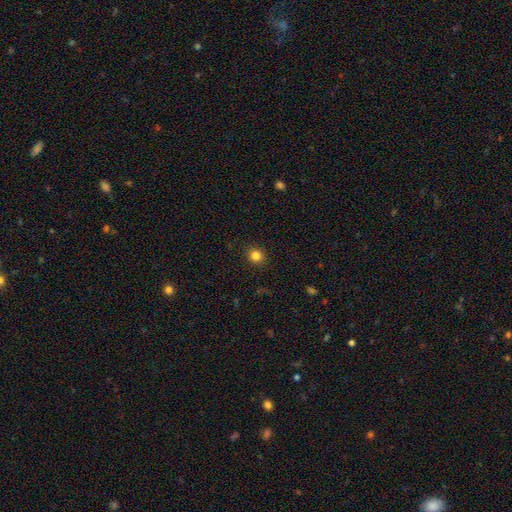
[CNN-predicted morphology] Smooth or featured? Predicted: smooth (p=0.83). How rounded? Predicted: round (p=0.88). Merging? Predicted: none (p=0.91).